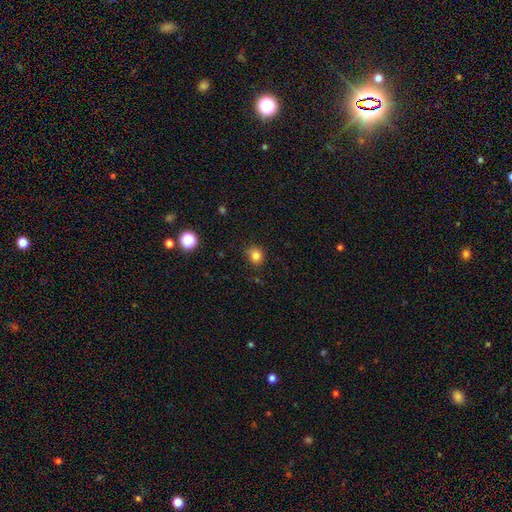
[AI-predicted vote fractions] smooth-or-featured: smooth: 81% | star or artifact: 13% | featured or disk: 6%
  how-rounded: round: 74% | in between: 25% | cigar-shaped: 1%
  merging: none: 80% | minor disturbance: 15% | major disturbance: 3% | merger: 2%